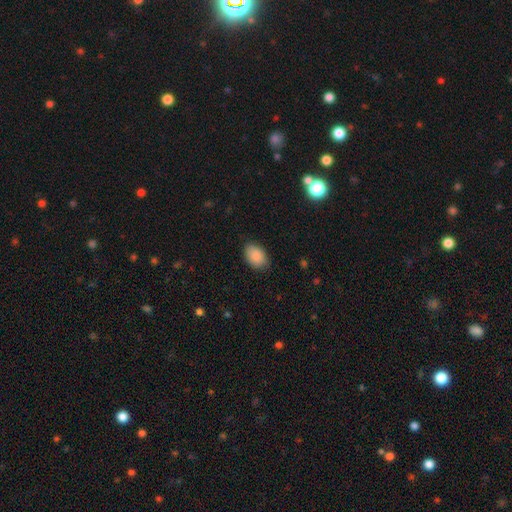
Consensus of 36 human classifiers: Volunteers were most divided on "how rounded": in between: 82%, round: 18%, cigar-shaped: 0%. More confident: smooth or featured — smooth (94%); merging — none (80%).